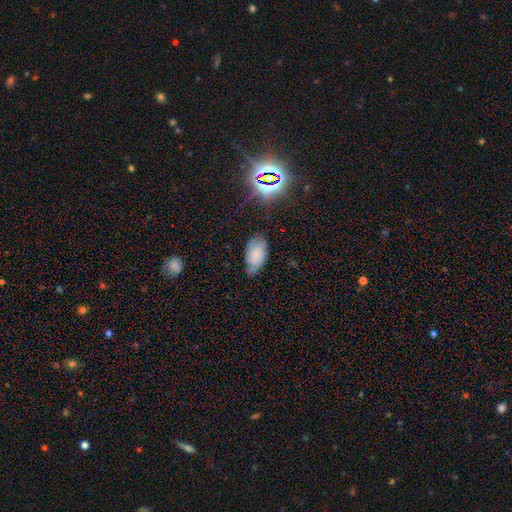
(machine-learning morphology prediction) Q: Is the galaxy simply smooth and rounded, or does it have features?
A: smooth — 68%.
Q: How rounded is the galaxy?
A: in between — 94%.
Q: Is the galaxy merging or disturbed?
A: none — 56%.